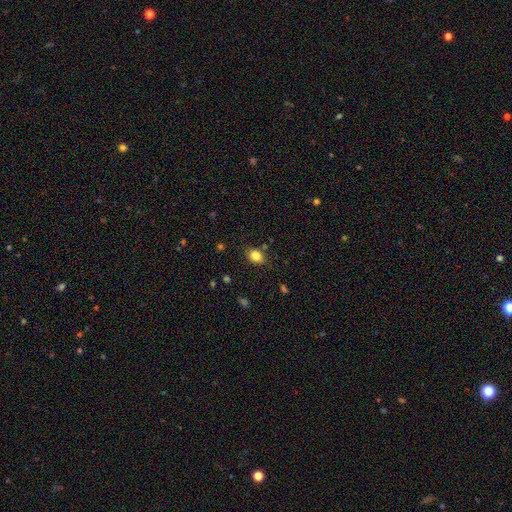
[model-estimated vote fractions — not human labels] The model was most divided on "how rounded": in between: 57%, round: 42%, cigar-shaped: 1%. More confident: merging — none (84%); smooth or featured — smooth (83%).